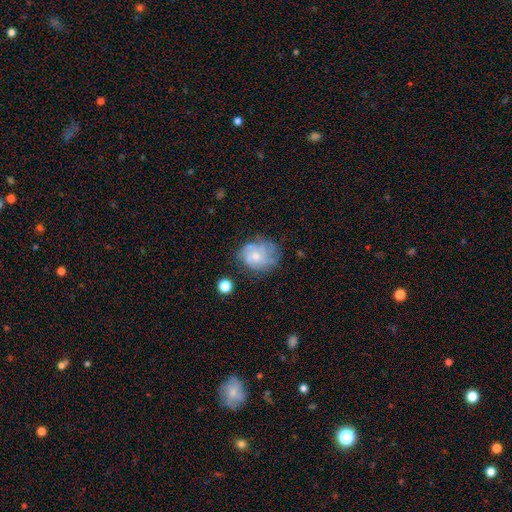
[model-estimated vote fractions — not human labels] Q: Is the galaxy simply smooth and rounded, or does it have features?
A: featured or disk — 54%.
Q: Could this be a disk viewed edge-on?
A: no — 97%.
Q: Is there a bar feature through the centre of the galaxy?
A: no — 83%.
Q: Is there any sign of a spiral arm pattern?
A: yes — 62%.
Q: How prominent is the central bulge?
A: small — 46%.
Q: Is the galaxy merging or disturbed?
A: none — 56%.